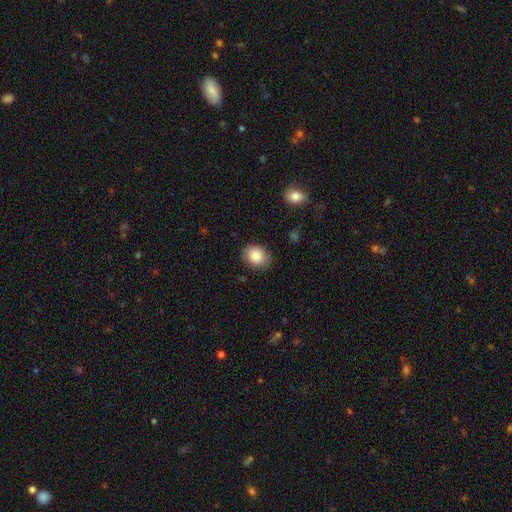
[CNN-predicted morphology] This appears to be a smooth galaxy with no disk features (85%) that is in between round and cigar-shaped (51%). Merging: none (85%).